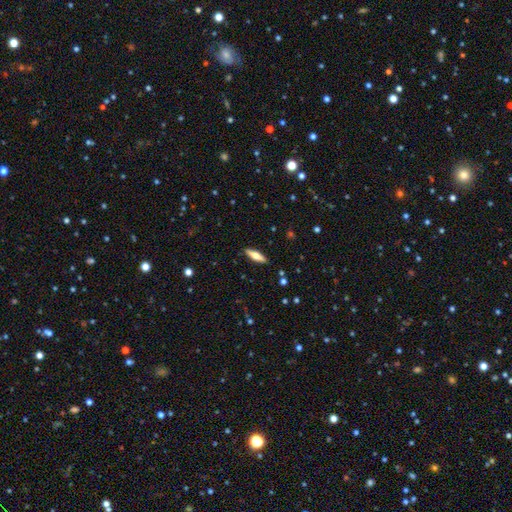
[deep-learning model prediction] Smooth or featured?
  - smooth: 56% *
  - featured or disk: 38%
  - star or artifact: 6%
How rounded?
  - cigar-shaped: 60% *
  - in between: 38%
  - round: 2%
Merging?
  - none: 89% *
  - minor disturbance: 8%
  - major disturbance: 2%
  - merger: 1%